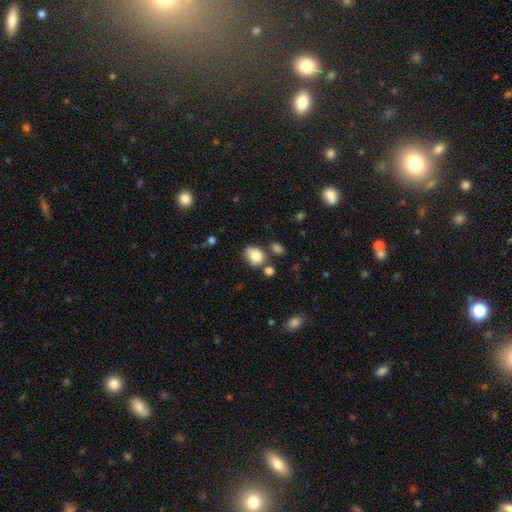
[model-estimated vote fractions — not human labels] smooth 82%, star or artifact 9%, featured or disk 9%. Down the decision tree: how rounded — in between (58%); merging — none (54%).